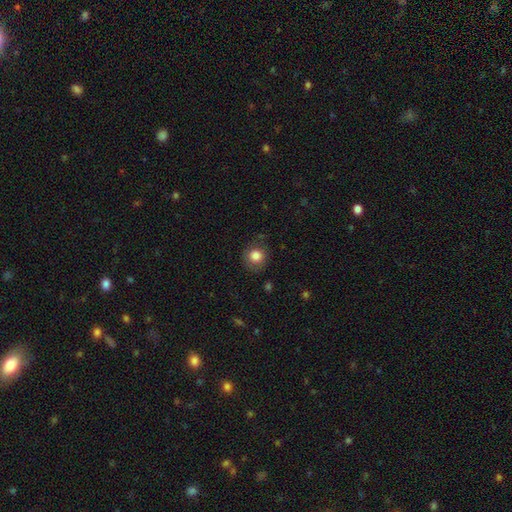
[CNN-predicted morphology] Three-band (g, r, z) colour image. It shows a smooth galaxy with no disk features (82%) that is round (87%). Merging: none (78%).